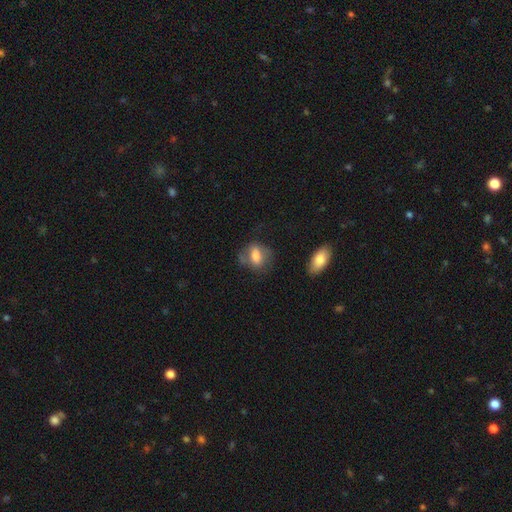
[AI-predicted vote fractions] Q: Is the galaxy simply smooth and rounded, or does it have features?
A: smooth — 67%.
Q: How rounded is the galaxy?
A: in between — 72%.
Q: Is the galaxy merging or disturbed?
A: none — 57%.